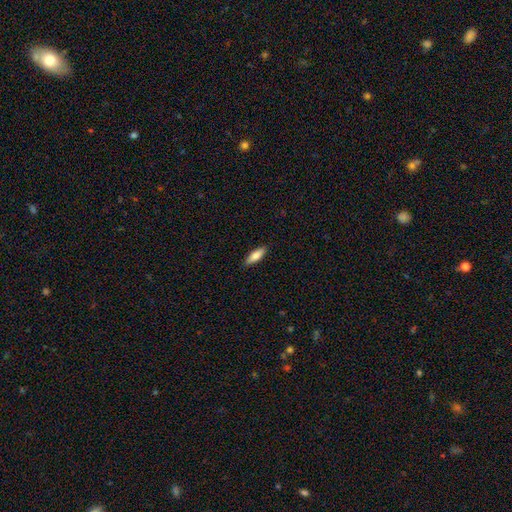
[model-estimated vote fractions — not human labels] Smooth or featured: smooth — 79% (featured or disk — 15%)
How rounded: in between — 55% (cigar-shaped — 43%)
Merging: none — 88% (minor disturbance — 9%)